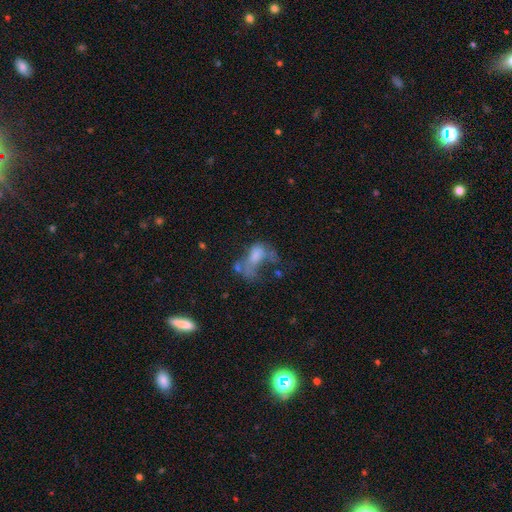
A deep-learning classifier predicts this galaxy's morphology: Overall: smooth (48%; featured or disk 38%). Merging: major disturbance (45%; merger 26%).